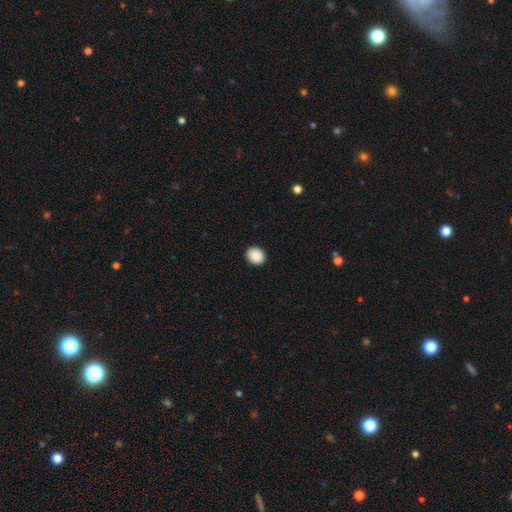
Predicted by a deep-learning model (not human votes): Q: Smooth or featured?
A: smooth (90%); runner-up: star or artifact (8%)
Q: How rounded?
A: round (68%); runner-up: in between (31%)
Q: Merging?
A: none (92%); runner-up: minor disturbance (6%)